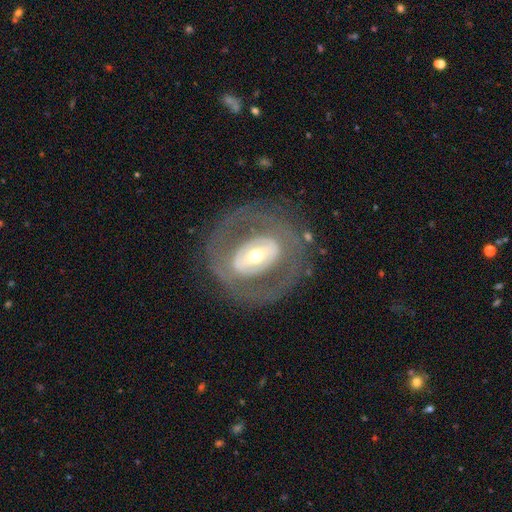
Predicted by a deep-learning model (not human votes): A featured or disk galaxy (74%) with a strong bar (39%), no spiral arms (62%) and a moderate central bulge (46%). Merging: none (72%).